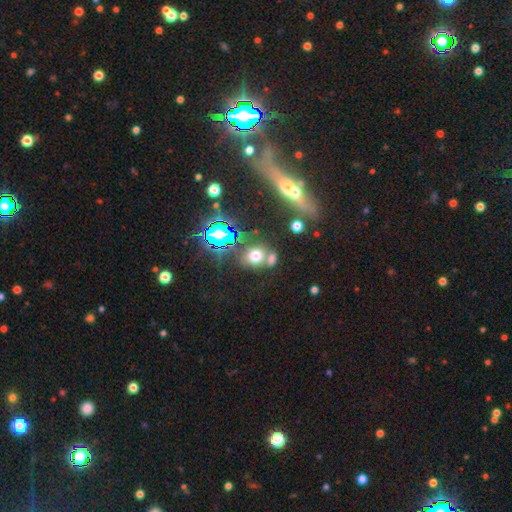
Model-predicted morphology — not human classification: Q: Smooth or featured?
A: smooth (62%); runner-up: star or artifact (26%)
Q: How rounded?
A: round (56%); runner-up: in between (42%)
Q: Merging?
A: none (52%); runner-up: merger (32%)